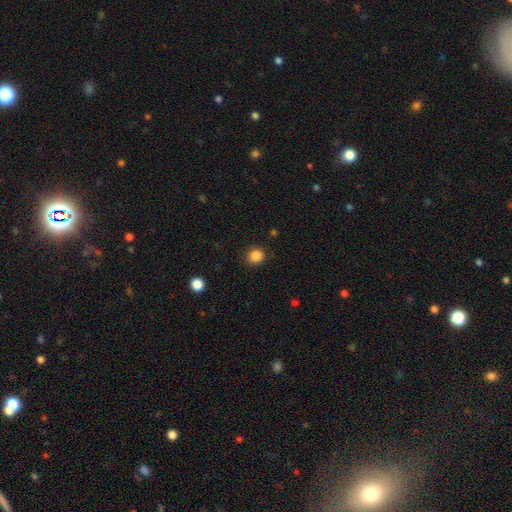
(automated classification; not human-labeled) smooth-or-featured: smooth: 86% | star or artifact: 11% | featured or disk: 3%
  how-rounded: round: 81% | in between: 18% | cigar-shaped: 1%
  merging: none: 87% | minor disturbance: 9% | major disturbance: 3% | merger: 1%